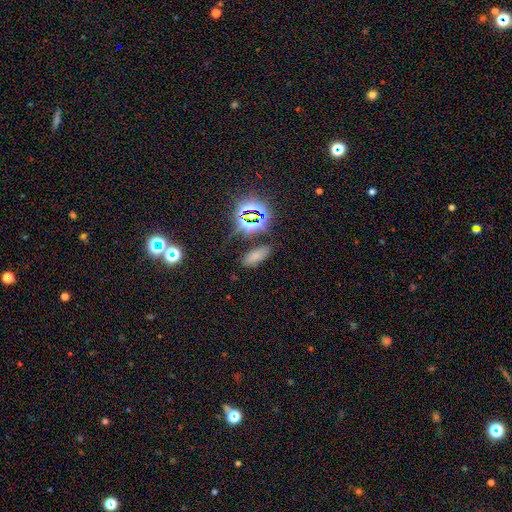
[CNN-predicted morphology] Smooth or featured?
  - smooth: 60% *
  - star or artifact: 31%
  - featured or disk: 9%
How rounded?
  - in between: 80% *
  - cigar-shaped: 16%
  - round: 4%
Merging?
  - none: 77% *
  - minor disturbance: 14%
  - major disturbance: 5%
  - merger: 4%